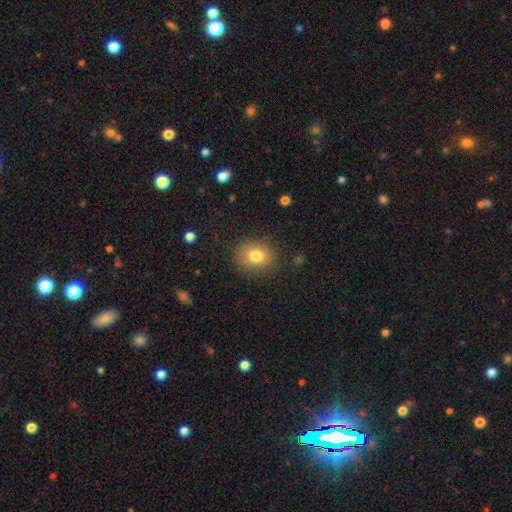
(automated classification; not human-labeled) Q: Smooth or featured?
A: smooth (77%); runner-up: featured or disk (11%)
Q: How rounded?
A: round (62%); runner-up: in between (37%)
Q: Merging?
A: none (85%); runner-up: minor disturbance (10%)